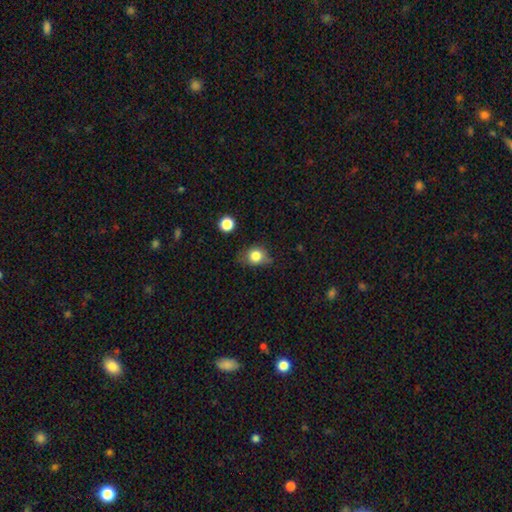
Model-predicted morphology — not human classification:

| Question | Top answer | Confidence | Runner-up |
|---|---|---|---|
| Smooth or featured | smooth | 81% | star or artifact (10%) |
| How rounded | round | 66% | in between (33%) |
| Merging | none | 62% | minor disturbance (28%) |